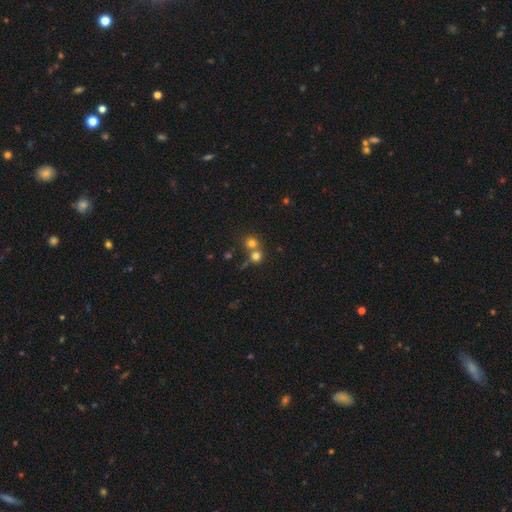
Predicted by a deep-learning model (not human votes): Q: Smooth or featured?
A: smooth (75%); runner-up: star or artifact (15%)
Q: How rounded?
A: round (88%); runner-up: in between (12%)
Q: Merging?
A: merger (46%); tied with: none (46%)